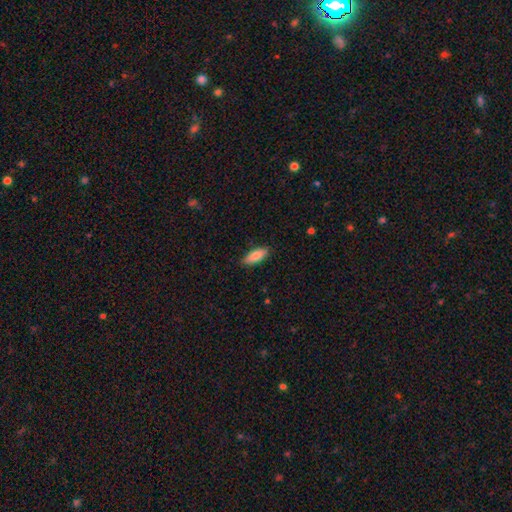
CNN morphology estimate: smooth_or_featured: smooth (p=0.84) [alt: featured or disk p=0.10]
how_rounded: in between (p=0.76) [alt: cigar-shaped p=0.23]
merging: none (p=0.86) [alt: minor disturbance p=0.11]